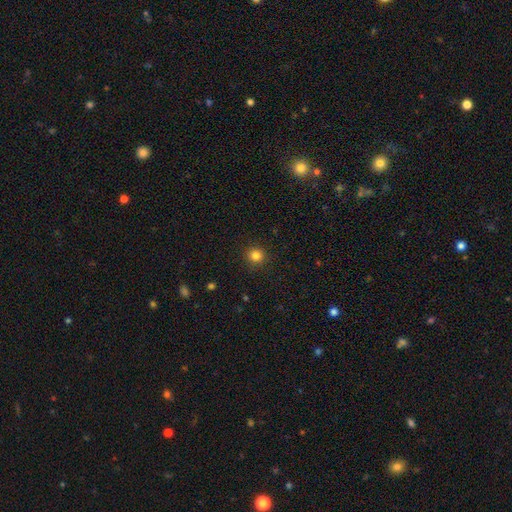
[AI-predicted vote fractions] smooth_or_featured: smooth (p=0.83) [alt: star or artifact p=0.12]
how_rounded: round (p=0.93) [alt: in between p=0.06]
merging: none (p=0.91) [alt: minor disturbance p=0.06]